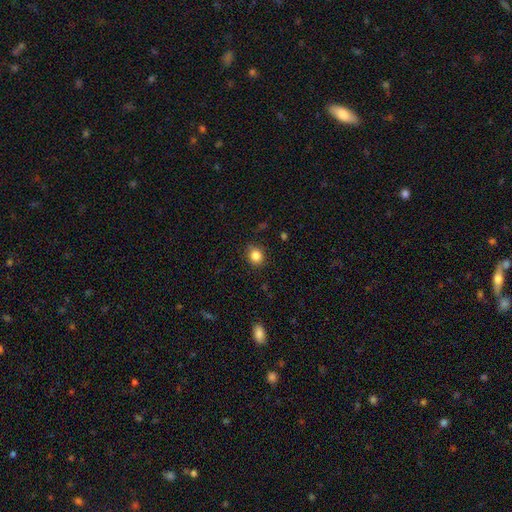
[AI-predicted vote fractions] Smooth or featured? smooth (85%)
How rounded? round (78%)
Merging? none (86%)